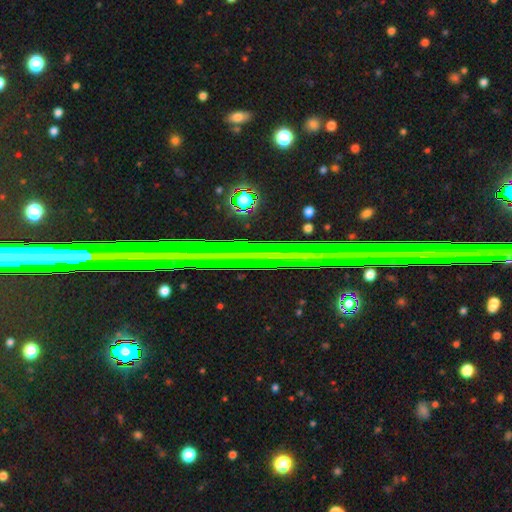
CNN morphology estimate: Q: Smooth or featured?
A: star or artifact (71%); runner-up: featured or disk (18%)